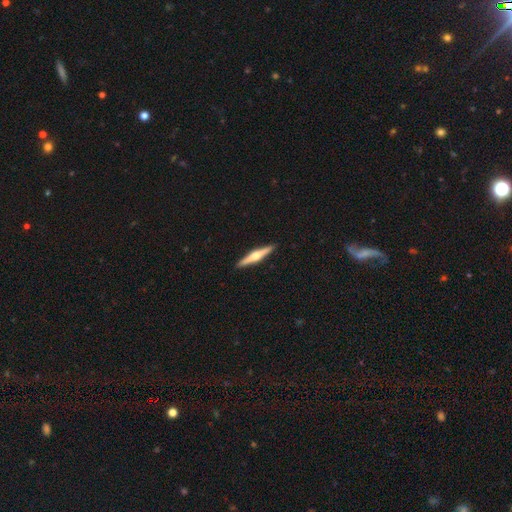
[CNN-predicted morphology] type=featured or disk (68%); edge-on=yes (98%); edge-on bulge=rounded (89%); merging=none (92%).